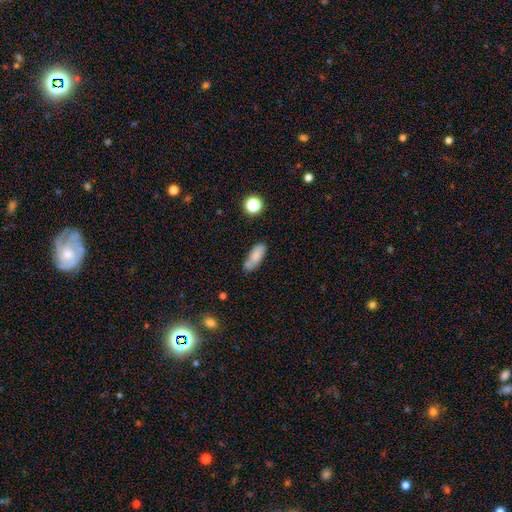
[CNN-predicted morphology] Smooth or featured? smooth (78%)
How rounded? in between (72%)
Merging? none (60%)